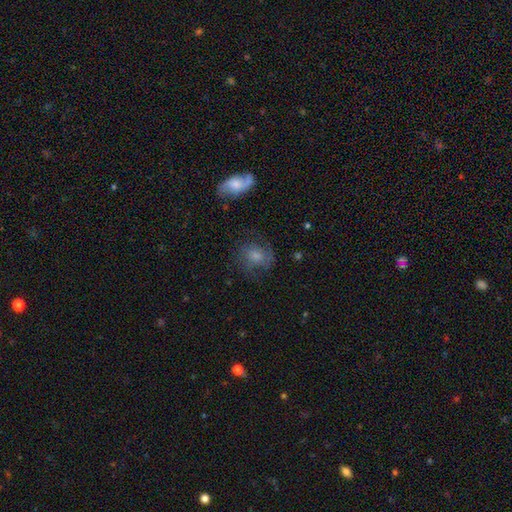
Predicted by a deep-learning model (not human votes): Smooth or featured: featured or disk — 47% (smooth — 36%)
Merging: none — 69% (minor disturbance — 18%)